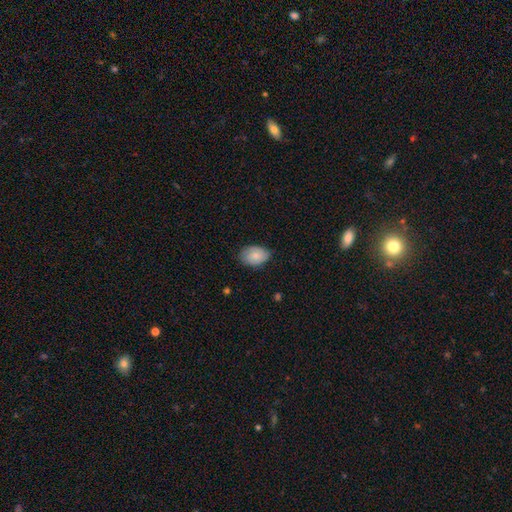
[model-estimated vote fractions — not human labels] smooth 81%, featured or disk 12%, star or artifact 6%. Down the decision tree: how rounded — in between (82%); merging — none (71%).